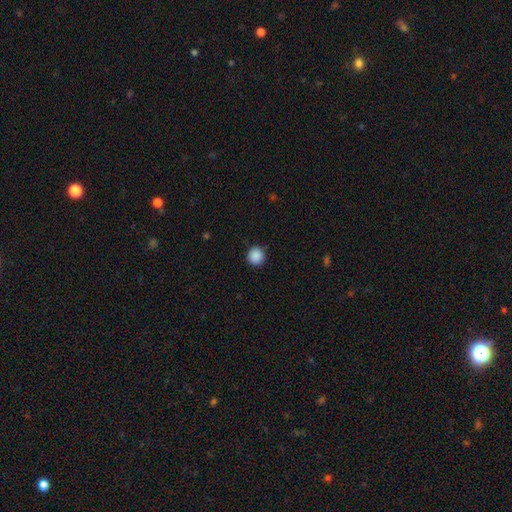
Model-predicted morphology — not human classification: This appears to be a smooth galaxy with no disk features (88%) that is round (94%). Merging: none (89%).